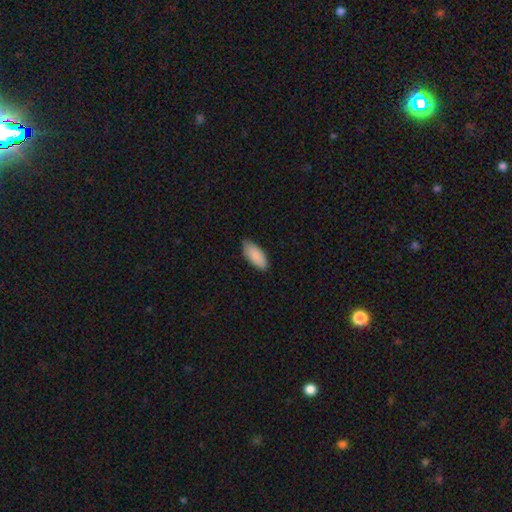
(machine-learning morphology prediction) Overall: smooth (88%). How rounded: in between (88%). Merging: none (82%).